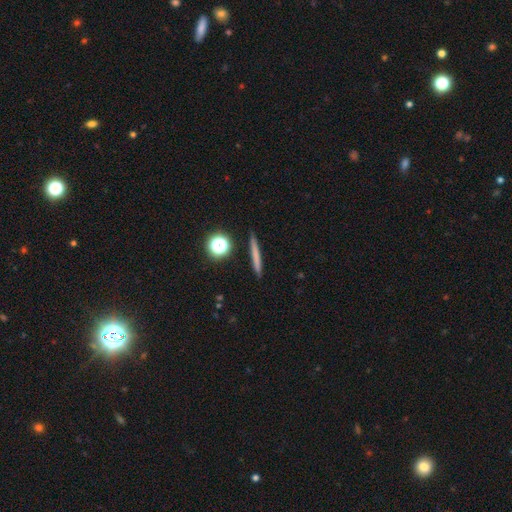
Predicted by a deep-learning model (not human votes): A smooth galaxy with no disk features (66%) that is cigar-shaped (92%).

Vote fractions:
- Smooth or featured? smooth: 66% / featured or disk: 24% / star or artifact: 10%
- How rounded? cigar-shaped: 92% / round: 5% / in between: 3%
- Merging? none: 90% / minor disturbance: 7% / major disturbance: 2% / merger: 2%